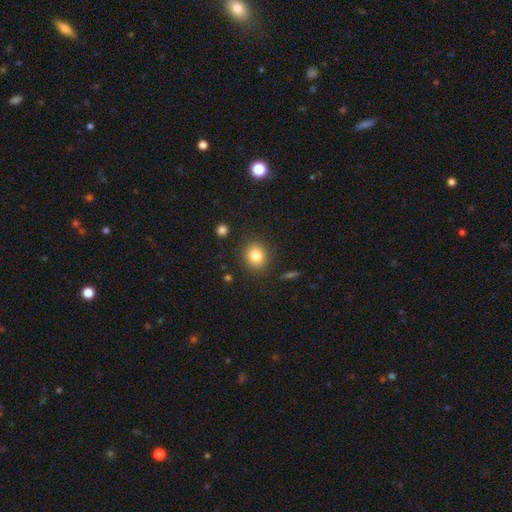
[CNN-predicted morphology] Smooth or featured: smooth — 82% (star or artifact — 10%)
How rounded: round — 76% (in between — 23%)
Merging: none — 88% (minor disturbance — 8%)